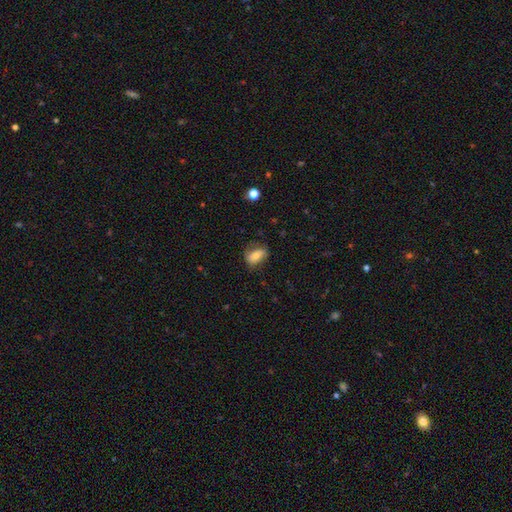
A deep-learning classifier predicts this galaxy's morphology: Overall: smooth (68%). How rounded: in between (82%). Merging: none (66%).